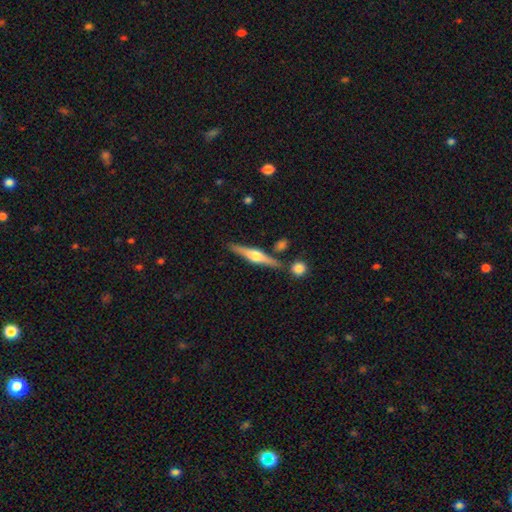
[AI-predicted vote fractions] Q: Smooth or featured?
A: featured or disk (74%); runner-up: smooth (20%)
Q: Edge-on disk?
A: yes (98%); runner-up: no (2%)
Q: Edge-on bulge?
A: rounded (92%); runner-up: boxy (6%)
Q: Merging?
A: none (84%); runner-up: minor disturbance (8%)